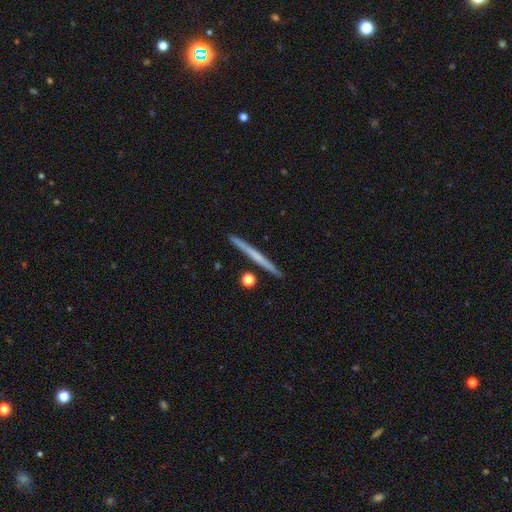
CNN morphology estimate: Smooth or featured? Predicted: featured or disk (p=0.49). Merging? Predicted: none (p=0.91).